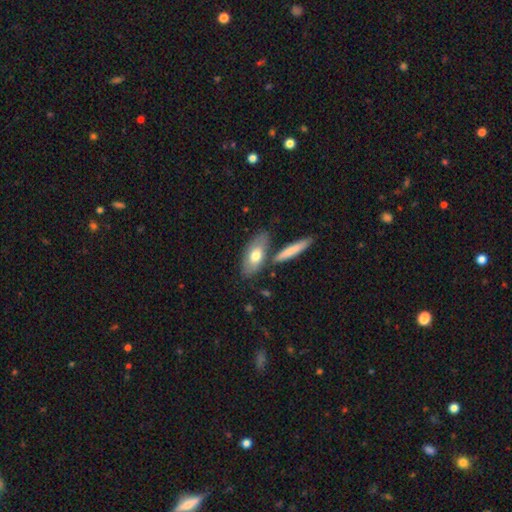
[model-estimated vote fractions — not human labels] A smooth galaxy with no disk features (67%) that is in between round and cigar-shaped (78%). Merging: none (68%).